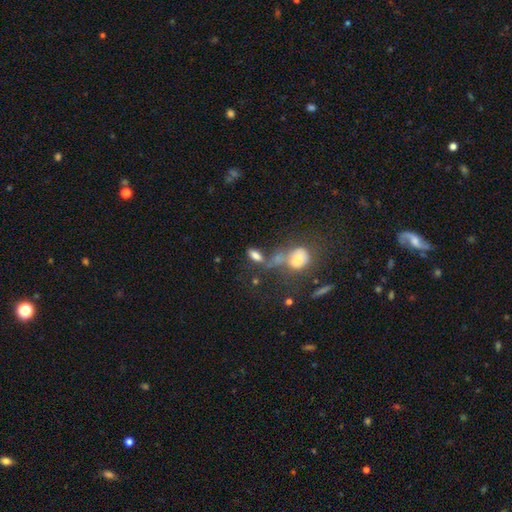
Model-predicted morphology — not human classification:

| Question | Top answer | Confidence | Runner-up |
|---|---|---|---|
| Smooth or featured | smooth | 75% | star or artifact (13%) |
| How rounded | in between | 80% | cigar-shaped (12%) |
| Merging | none | 43% | merger (32%) |